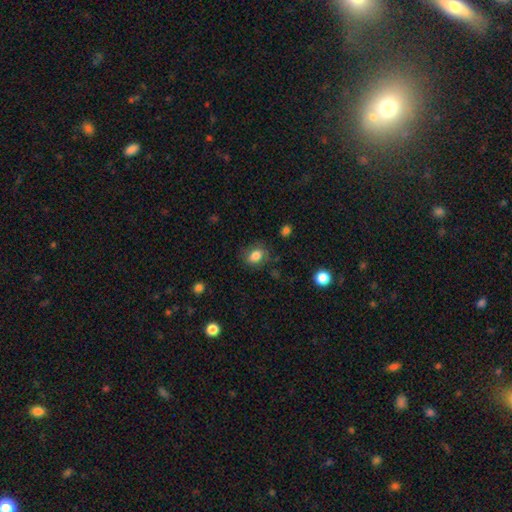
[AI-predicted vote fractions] Smooth or featured? Predicted: smooth (p=0.82). How rounded? Predicted: in between (p=0.59). Merging? Predicted: none (p=0.77).